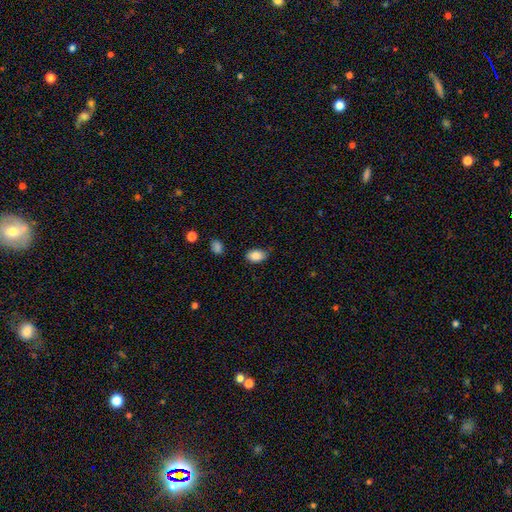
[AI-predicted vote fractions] smooth-or-featured: smooth: 87% | star or artifact: 8% | featured or disk: 5%
  how-rounded: in between: 89% | round: 9% | cigar-shaped: 1%
  merging: none: 75% | minor disturbance: 20% | major disturbance: 4% | merger: 2%